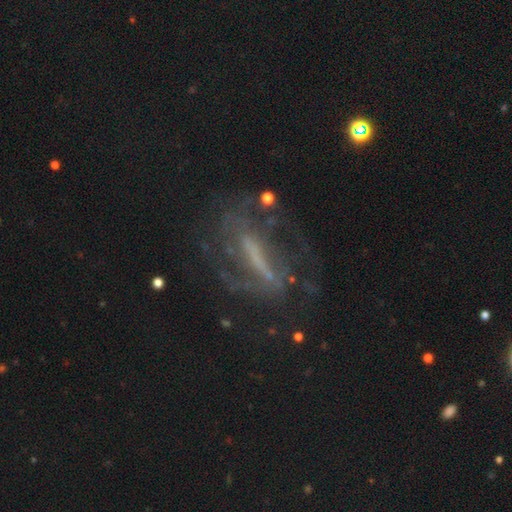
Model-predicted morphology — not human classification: Q: Smooth or featured?
A: featured or disk (70%); runner-up: smooth (15%)
Q: Edge-on disk?
A: no (72%); runner-up: yes (28%)
Q: Bar?
A: strong (66%); runner-up: weak (20%)
Q: Spiral arms?
A: yes (61%); runner-up: no (39%)
Q: Bulge size?
A: none (53%); runner-up: small (23%)
Q: Merging?
A: none (56%); runner-up: major disturbance (22%)